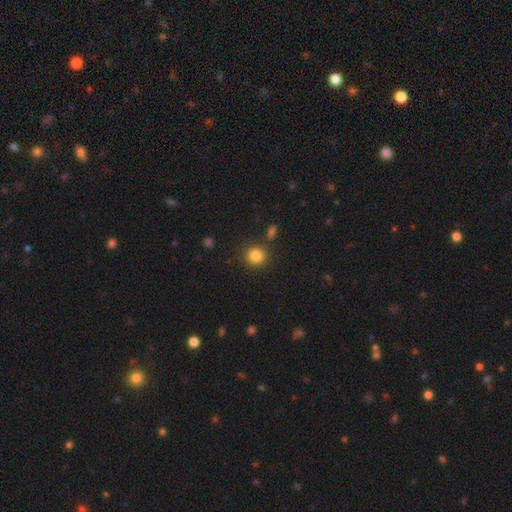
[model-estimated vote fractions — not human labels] Morphology: type=smooth (84%); roundness=round (91%); merging=none (85%).